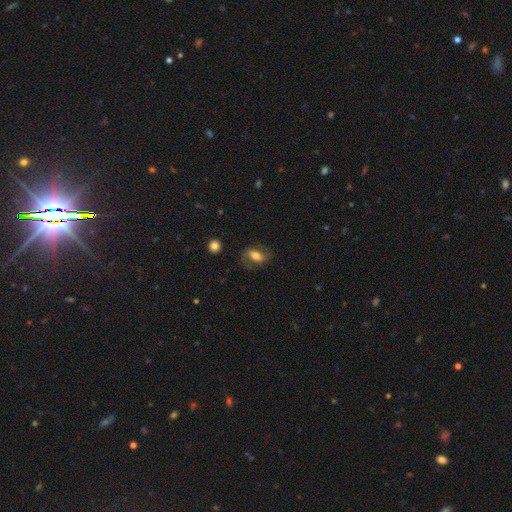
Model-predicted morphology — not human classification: Smooth or featured? smooth (51%)
How rounded? in between (80%)
Merging? none (66%)